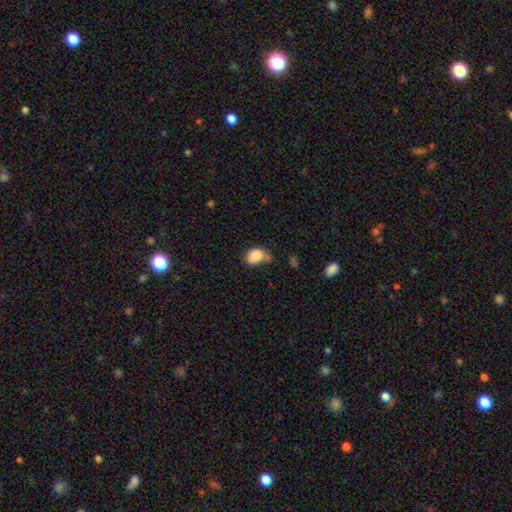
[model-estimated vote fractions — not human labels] A smooth galaxy with no disk features (84%) that is in between round and cigar-shaped (71%).

Vote fractions:
- Smooth or featured? smooth: 84% / star or artifact: 9% / featured or disk: 7%
- How rounded? in between: 71% / round: 28% / cigar-shaped: 1%
- Merging? none: 43% / minor disturbance: 31% / merger: 14% / major disturbance: 12%